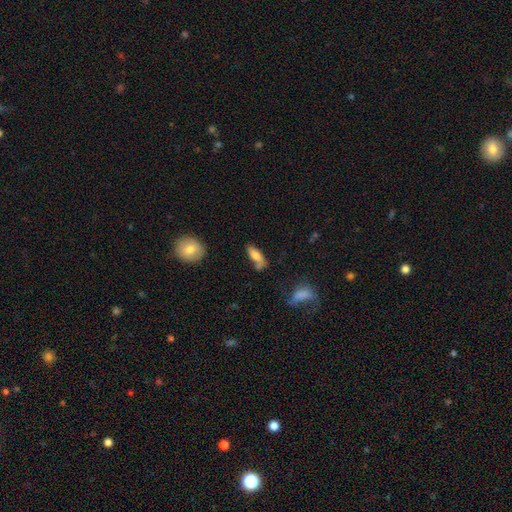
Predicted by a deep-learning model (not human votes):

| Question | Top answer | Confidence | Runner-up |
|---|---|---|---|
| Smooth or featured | smooth | 78% | featured or disk (15%) |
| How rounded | in between | 70% | cigar-shaped (27%) |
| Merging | none | 51% | minor disturbance (26%) |